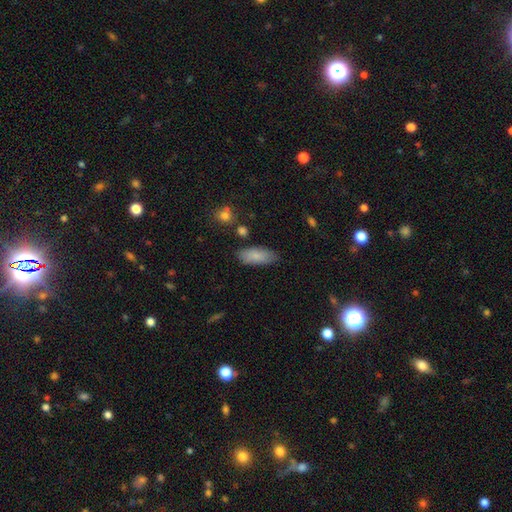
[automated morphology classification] Overall: smooth (82%). How rounded: in between (83%). Merging: none (78%).